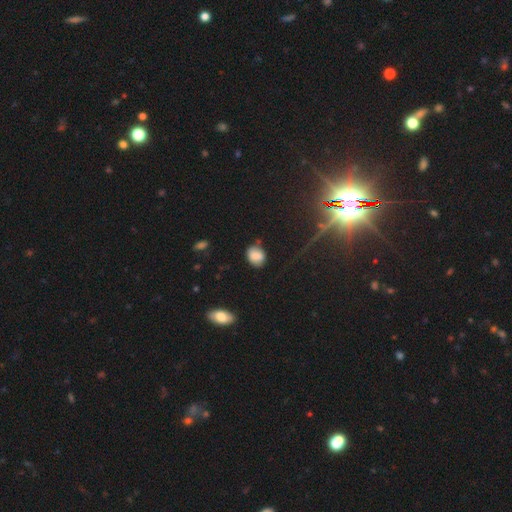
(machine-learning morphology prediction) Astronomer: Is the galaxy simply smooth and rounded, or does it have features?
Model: smooth — 79%.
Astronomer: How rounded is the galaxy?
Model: in between — 57% (runner-up: round, 42%).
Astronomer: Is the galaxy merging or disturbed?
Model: none — 75%.